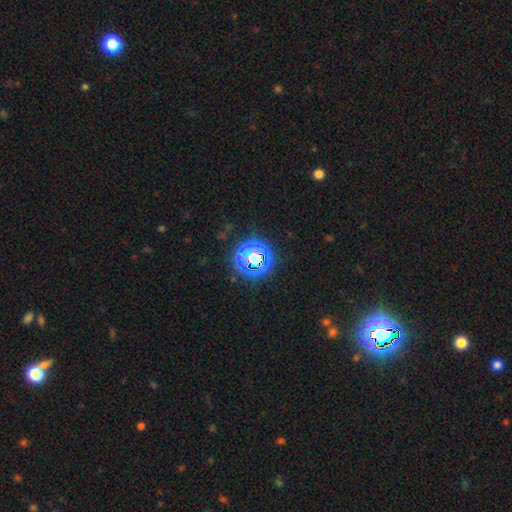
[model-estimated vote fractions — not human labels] smooth_or_featured: star or artifact (p=0.69) [alt: smooth p=0.21]